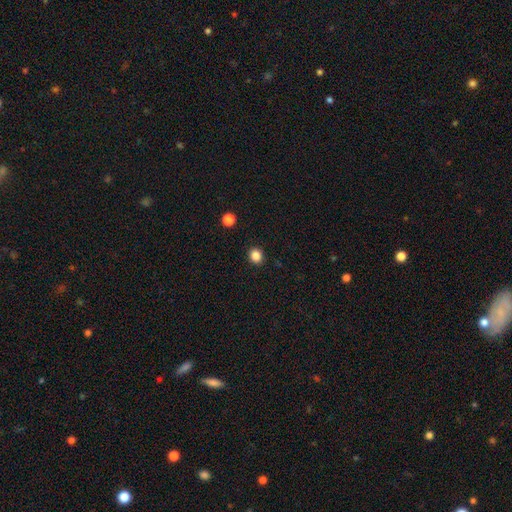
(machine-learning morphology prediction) A smooth galaxy with no disk features (85%) that is round (76%).

Vote fractions:
- Smooth or featured? smooth: 85% / star or artifact: 11% / featured or disk: 3%
- How rounded? round: 76% / in between: 23% / cigar-shaped: 1%
- Merging? none: 91% / minor disturbance: 6% / major disturbance: 2% / merger: 1%